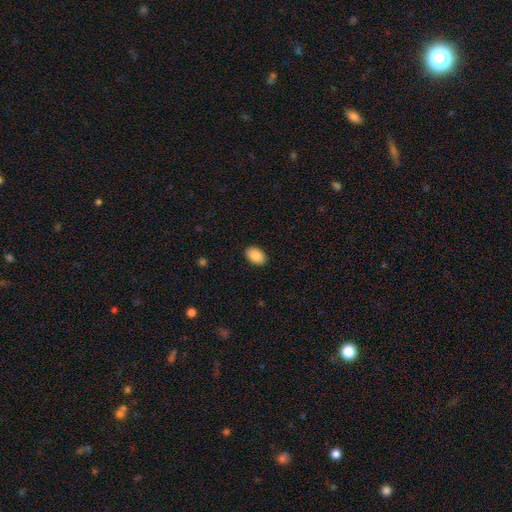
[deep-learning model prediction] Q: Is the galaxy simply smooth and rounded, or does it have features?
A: smooth — 89%.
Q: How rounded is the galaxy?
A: in between — 87%.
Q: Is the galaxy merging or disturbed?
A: none — 89%.